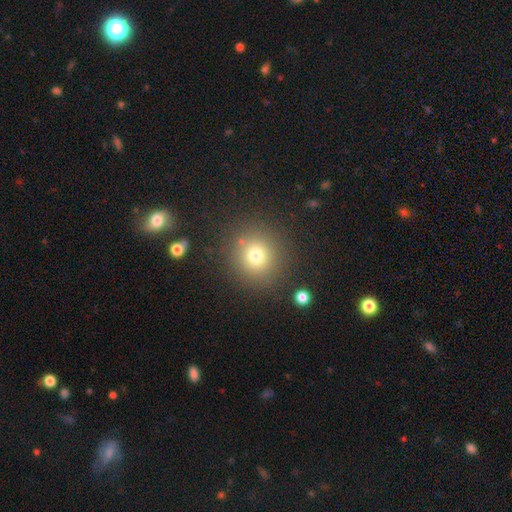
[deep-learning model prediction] smooth-or-featured: smooth: 74% | star or artifact: 16% | featured or disk: 10%
  how-rounded: round: 90% | in between: 9% | cigar-shaped: 1%
  merging: none: 84% | minor disturbance: 8% | major disturbance: 4% | merger: 4%